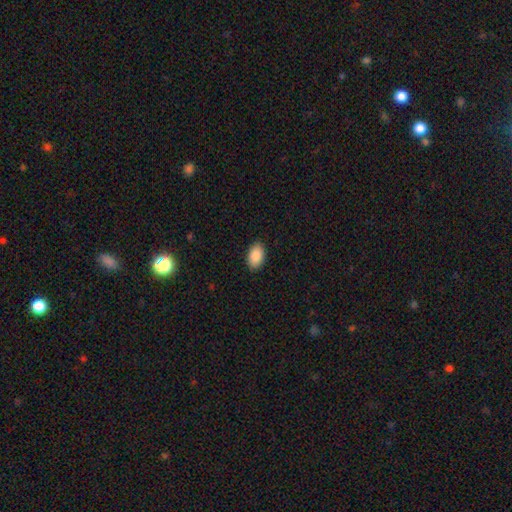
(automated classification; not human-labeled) Q: Smooth or featured?
A: smooth (88%); runner-up: star or artifact (7%)
Q: How rounded?
A: in between (91%); runner-up: round (7%)
Q: Merging?
A: none (90%); runner-up: minor disturbance (7%)